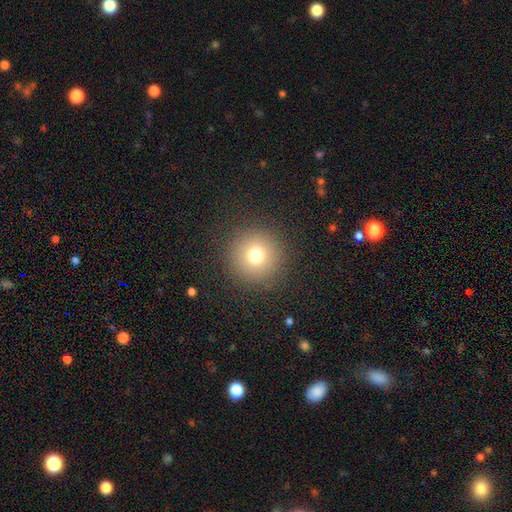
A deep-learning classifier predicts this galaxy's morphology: Smooth or featured? Predicted: smooth (p=0.75). How rounded? Predicted: round (p=0.96). Merging? Predicted: none (p=0.90).